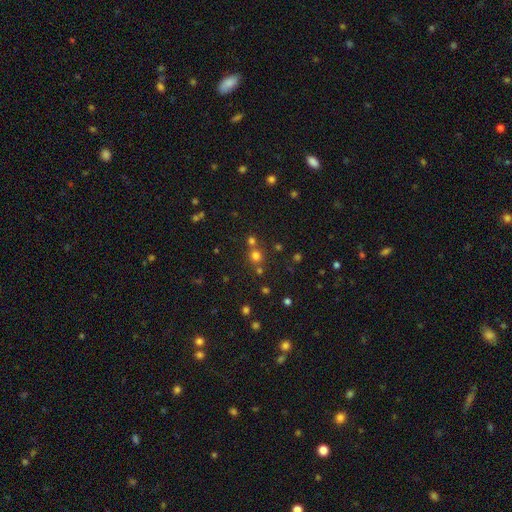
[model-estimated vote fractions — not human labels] Q: Smooth or featured?
A: smooth (68%); runner-up: star or artifact (25%)
Q: How rounded?
A: round (90%); runner-up: in between (9%)
Q: Merging?
A: none (66%); runner-up: merger (25%)